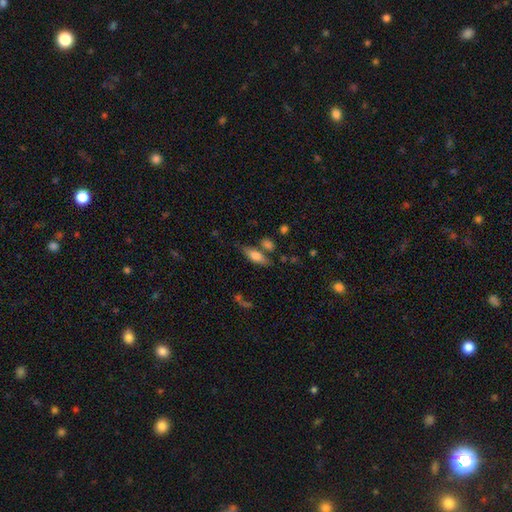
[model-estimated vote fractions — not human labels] Smooth or featured?
  - smooth: 67% *
  - featured or disk: 25%
  - star or artifact: 8%
How rounded?
  - in between: 60% *
  - cigar-shaped: 37%
  - round: 4%
Merging?
  - none: 64% *
  - minor disturbance: 16%
  - merger: 14%
  - major disturbance: 6%